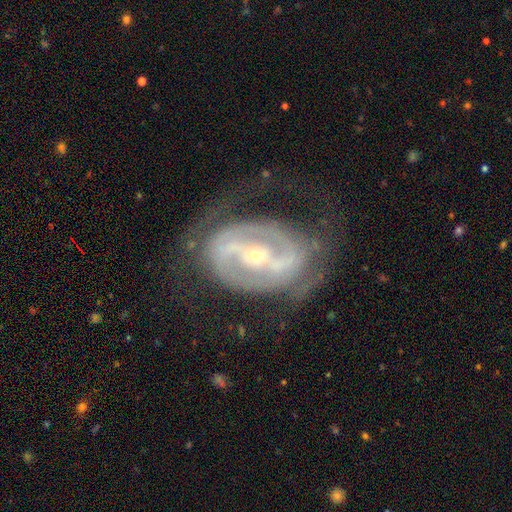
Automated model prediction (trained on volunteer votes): This appears to be a featured or disk galaxy (87%) with a strong bar (59%), 2 (62%) tight (42%) spiral arms (80%) and a small central bulge (71%). Merging: none (55%).